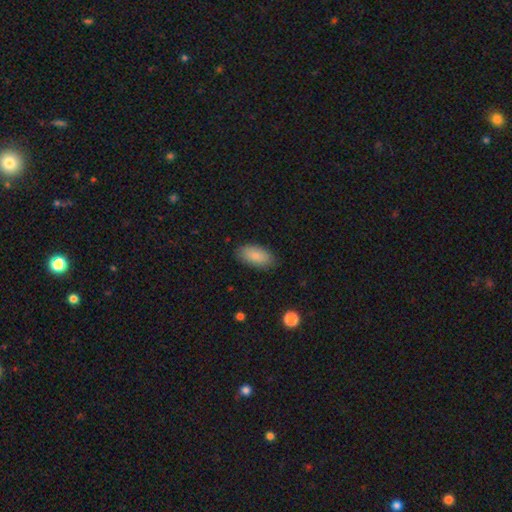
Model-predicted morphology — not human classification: smooth-or-featured: smooth: 87% | star or artifact: 6% | featured or disk: 6%
  how-rounded: in between: 93% | cigar-shaped: 5% | round: 3%
  merging: none: 85% | minor disturbance: 11% | major disturbance: 3% | merger: 1%